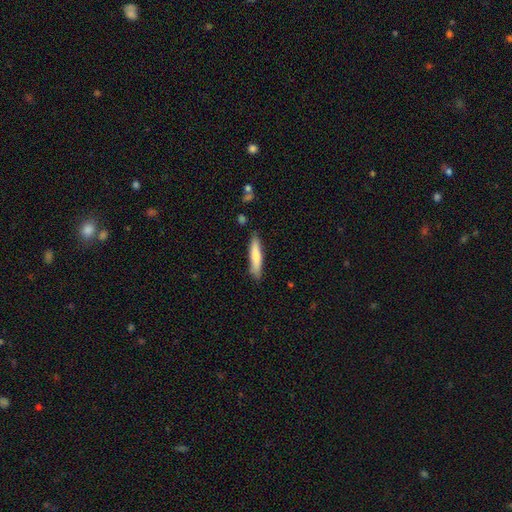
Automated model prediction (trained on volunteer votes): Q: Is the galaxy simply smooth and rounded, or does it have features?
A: smooth — 75%.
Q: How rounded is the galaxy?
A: cigar-shaped — 86%.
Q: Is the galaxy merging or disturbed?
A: none — 84%.